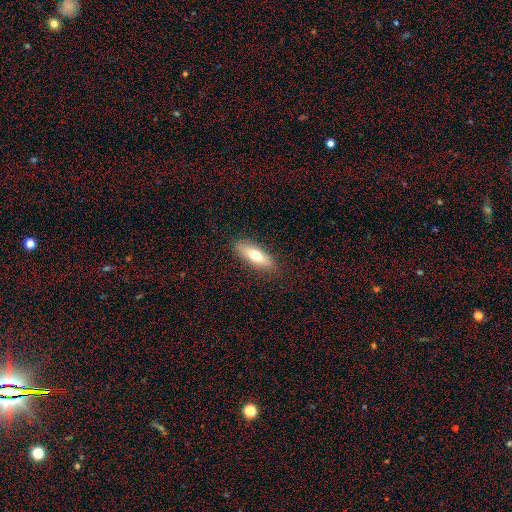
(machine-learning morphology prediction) This is likely a smooth galaxy (67%). How rounded: possibly in between (59%). Merging: clearly none (87%).